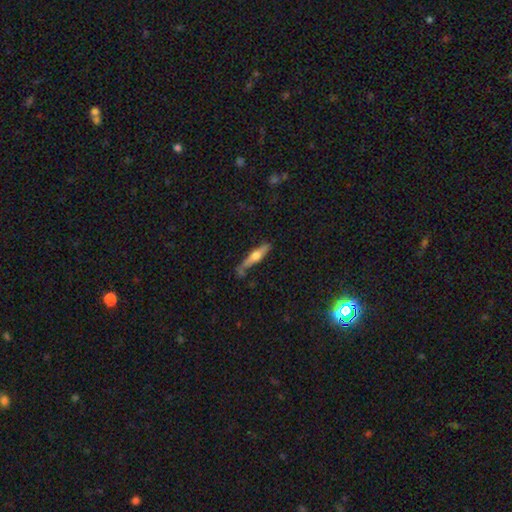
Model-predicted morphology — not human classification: Smooth or featured? Predicted: featured or disk (p=0.52). Edge-on disk? Predicted: yes (p=0.92). Merging? Predicted: none (p=0.70).